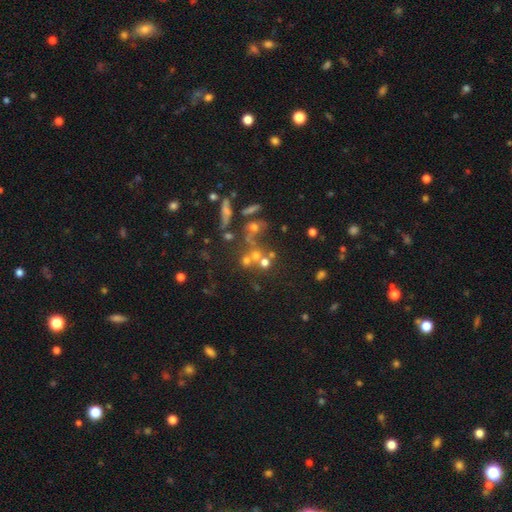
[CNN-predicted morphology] smooth 40%, star or artifact 35%, featured or disk 25%. Down the decision tree: merging — none (43%).